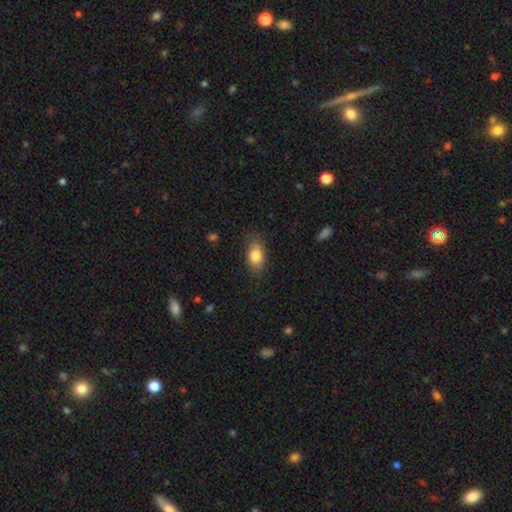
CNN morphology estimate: Smooth or featured?
  - smooth: 80% *
  - featured or disk: 12%
  - star or artifact: 8%
How rounded?
  - in between: 86% *
  - round: 11%
  - cigar-shaped: 3%
Merging?
  - none: 78% *
  - minor disturbance: 17%
  - major disturbance: 4%
  - merger: 1%